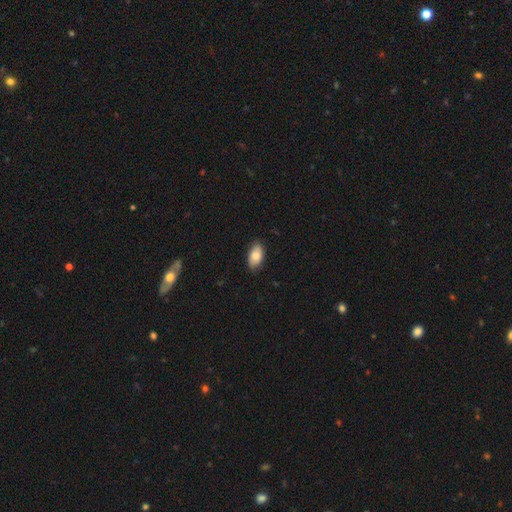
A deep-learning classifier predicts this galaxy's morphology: Overall: smooth (82%). How rounded: in between (94%). Merging: none (83%).